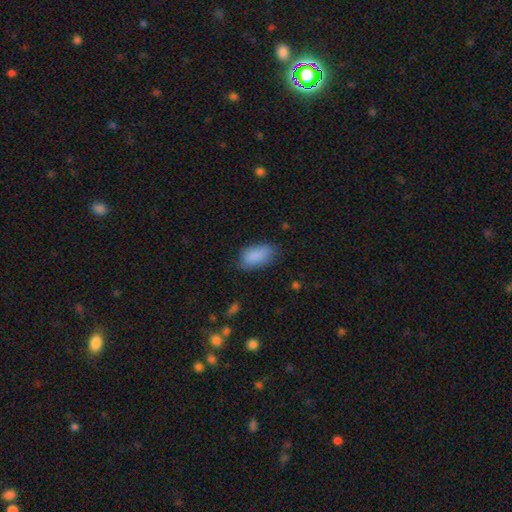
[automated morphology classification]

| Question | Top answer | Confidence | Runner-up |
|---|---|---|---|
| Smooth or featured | smooth | 88% | star or artifact (7%) |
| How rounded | in between | 92% | cigar-shaped (4%) |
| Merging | none | 72% | minor disturbance (22%) |